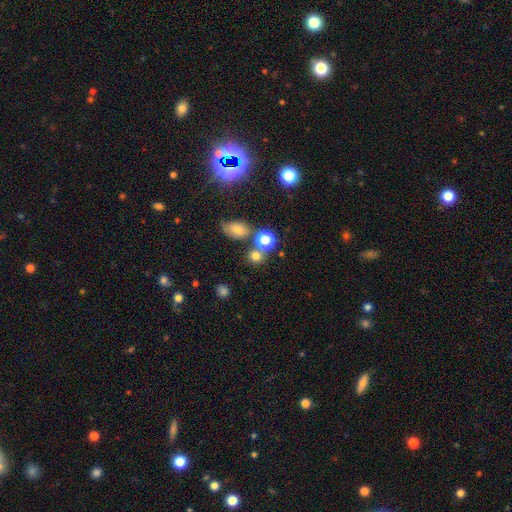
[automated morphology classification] Smooth or featured?
  - smooth: 74% *
  - star or artifact: 18%
  - featured or disk: 8%
How rounded?
  - round: 80% *
  - in between: 19%
  - cigar-shaped: 1%
Merging?
  - none: 62% *
  - merger: 25%
  - minor disturbance: 9%
  - major disturbance: 4%